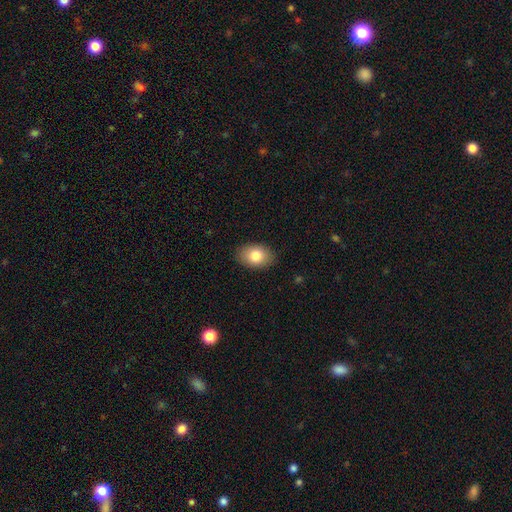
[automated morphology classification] A smooth galaxy with no disk features (83%) that is in between round and cigar-shaped (84%). Merging: none (87%).